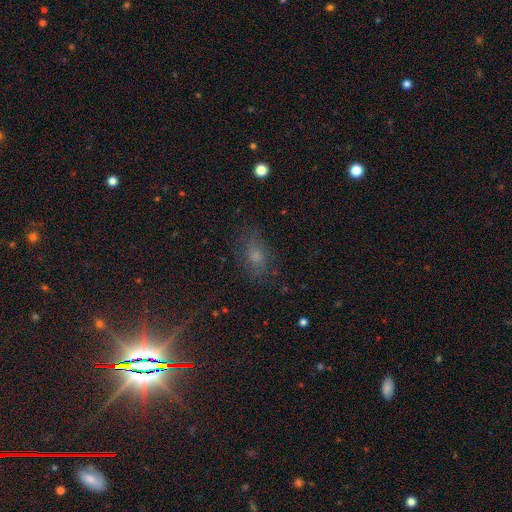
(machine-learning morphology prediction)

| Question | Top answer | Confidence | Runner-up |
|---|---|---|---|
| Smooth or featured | smooth | 45% | star or artifact (34%) |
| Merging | none | 76% | minor disturbance (15%) |